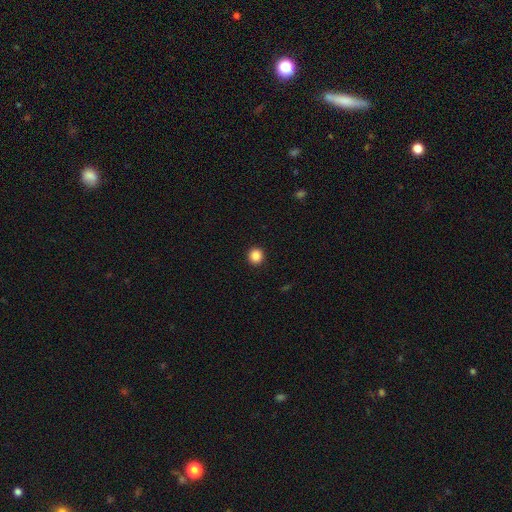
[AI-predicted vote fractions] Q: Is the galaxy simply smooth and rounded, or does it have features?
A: smooth — 87%.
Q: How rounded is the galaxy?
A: round — 93%.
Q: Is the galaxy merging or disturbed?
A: none — 93%.